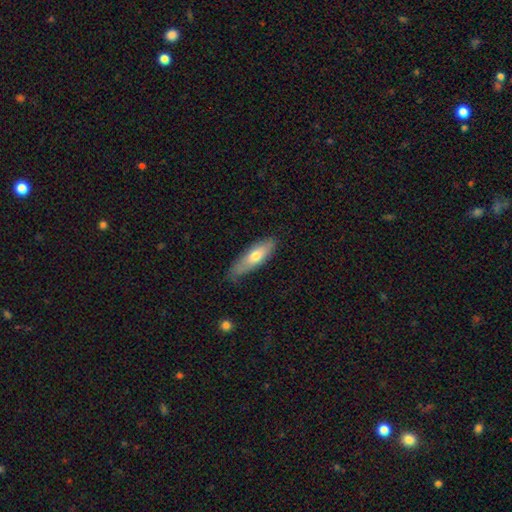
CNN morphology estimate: The model was most divided on "how rounded": cigar-shaped: 51%, in between: 47%, round: 2%. More confident: merging — none (71%); smooth or featured — smooth (66%).